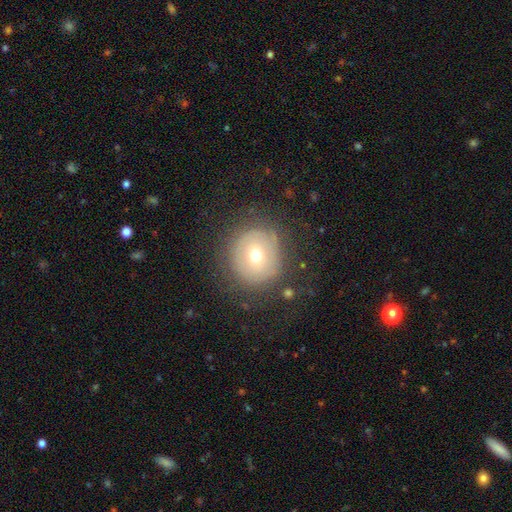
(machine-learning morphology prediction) smooth_or_featured: smooth (p=0.53) [alt: featured or disk p=0.36]
how_rounded: round (p=0.91) [alt: in between p=0.08]
merging: none (p=0.77) [alt: minor disturbance p=0.13]